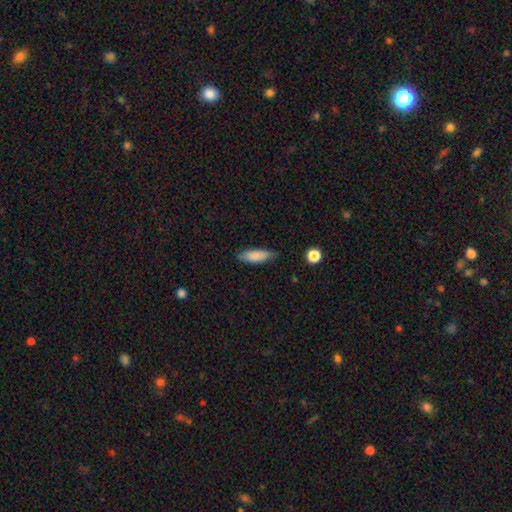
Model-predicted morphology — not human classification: smooth_or_featured: smooth (p=0.84) [alt: featured or disk p=0.10]
how_rounded: in between (p=0.59) [alt: cigar-shaped p=0.39]
merging: none (p=0.75) [alt: minor disturbance p=0.20]